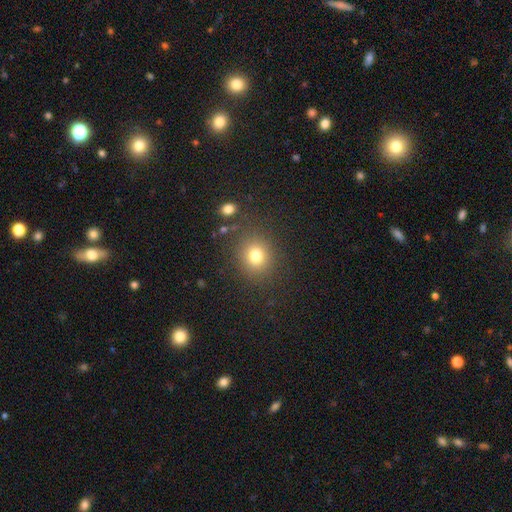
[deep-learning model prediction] Morphology: type=smooth (77%); roundness=round (78%); merging=none (84%).